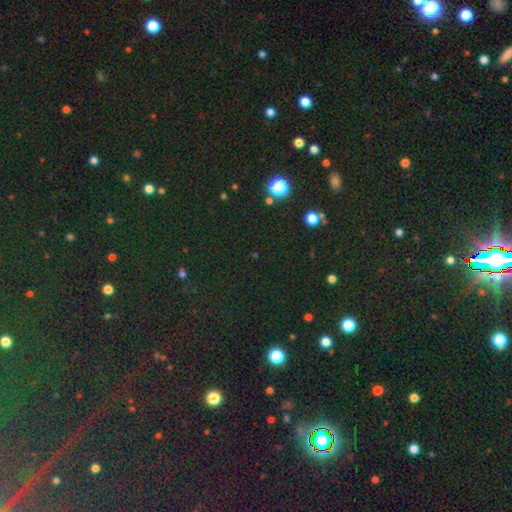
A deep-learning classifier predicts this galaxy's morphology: A star or artifact, not a galaxy (81%).

Vote fractions:
- Smooth or featured? star or artifact: 81% / smooth: 12% / featured or disk: 7%